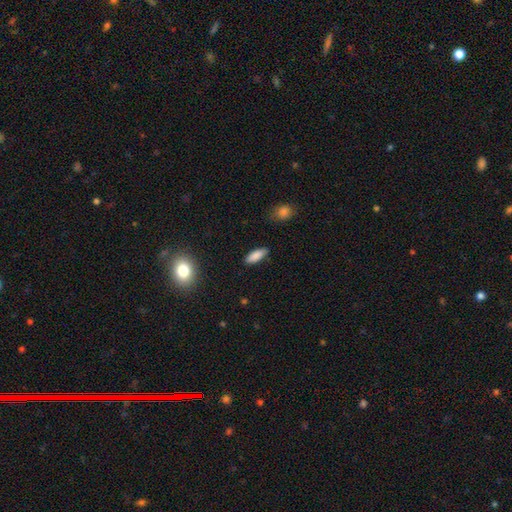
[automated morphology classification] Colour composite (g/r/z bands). It shows a smooth galaxy with no disk features (87%) that is in between round and cigar-shaped (67%). Merging: none (86%).